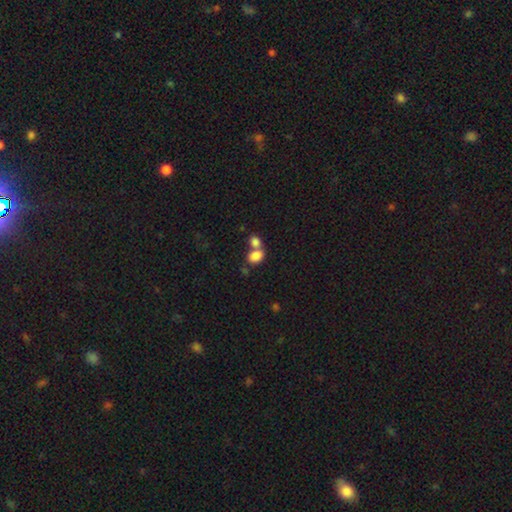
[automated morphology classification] Smooth or featured?
  - smooth: 83% *
  - star or artifact: 9%
  - featured or disk: 8%
How rounded?
  - in between: 75% *
  - round: 24%
  - cigar-shaped: 1%
Merging?
  - merger: 55% *
  - none: 32%
  - minor disturbance: 8%
  - major disturbance: 4%